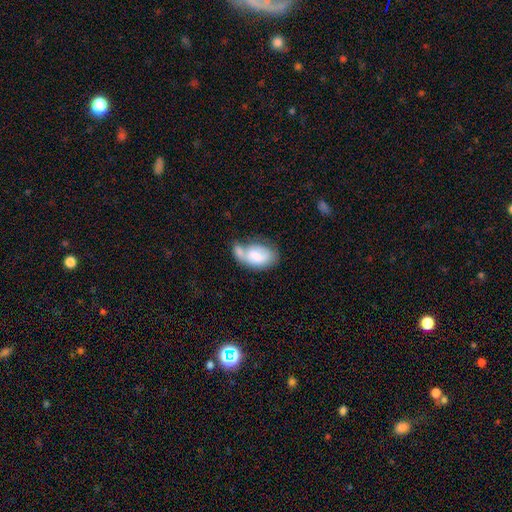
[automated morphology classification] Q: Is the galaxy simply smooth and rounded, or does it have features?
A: smooth — 70%.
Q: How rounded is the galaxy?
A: in between — 90%.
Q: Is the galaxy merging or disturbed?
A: merger — 47%.